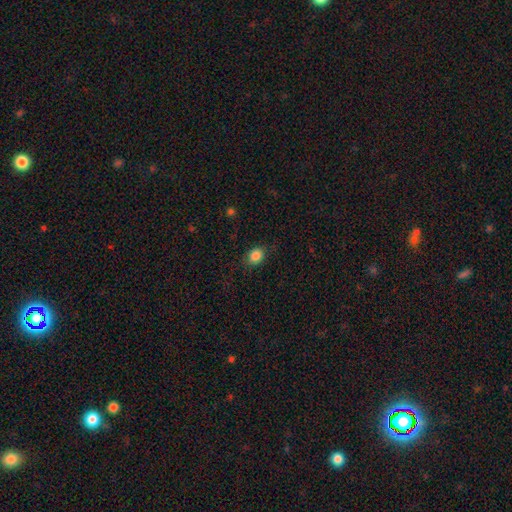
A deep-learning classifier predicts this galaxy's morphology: Smooth or featured: smooth — 86% (star or artifact — 10%)
How rounded: in between — 54% (round — 45%)
Merging: none — 83% (minor disturbance — 13%)